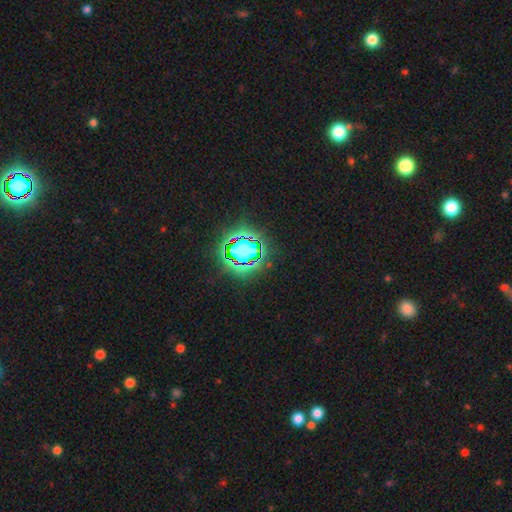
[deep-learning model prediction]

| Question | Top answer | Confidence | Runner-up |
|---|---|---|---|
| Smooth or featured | star or artifact | 80% | smooth (13%) |